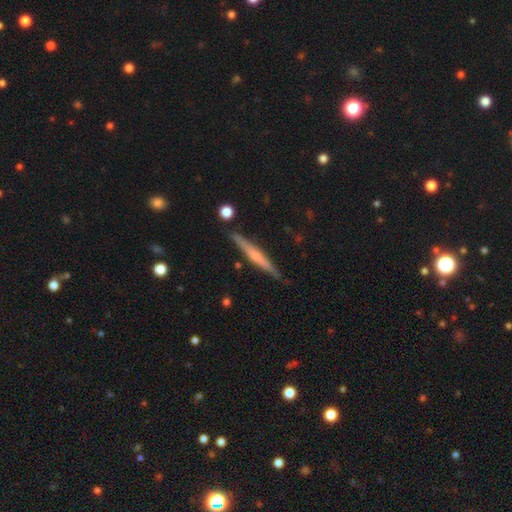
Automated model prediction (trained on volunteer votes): Smooth or featured? featured or disk (64%)
Edge-on disk? yes (97%)
Edge-on bulge? rounded (62%)
Merging? none (88%)